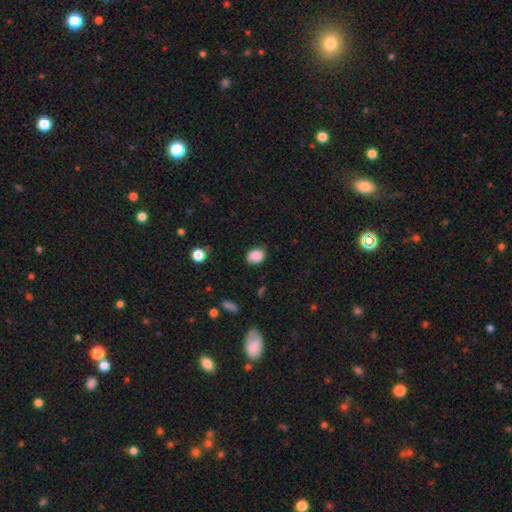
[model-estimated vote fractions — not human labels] Smooth or featured? Predicted: smooth (p=0.87). How rounded? Predicted: in between (p=0.59). Merging? Predicted: none (p=0.80).